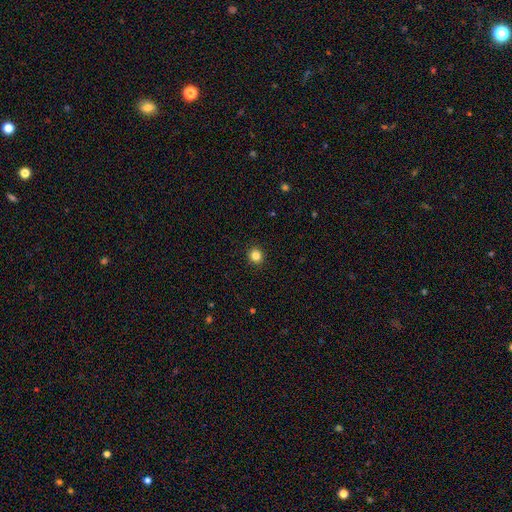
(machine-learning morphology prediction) smooth_or_featured: smooth (p=0.84) [alt: star or artifact p=0.12]
how_rounded: round (p=0.89) [alt: in between p=0.10]
merging: none (p=0.93) [alt: minor disturbance p=0.05]